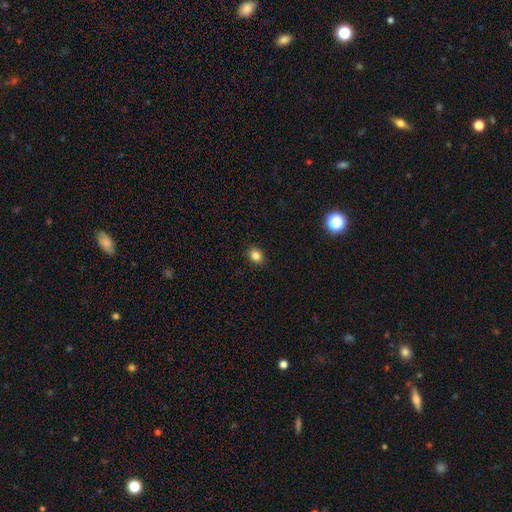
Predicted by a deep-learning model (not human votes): smooth_or_featured: smooth (p=0.84) [alt: star or artifact p=0.12]
how_rounded: round (p=0.53) [alt: in between p=0.46]
merging: none (p=0.89) [alt: minor disturbance p=0.08]